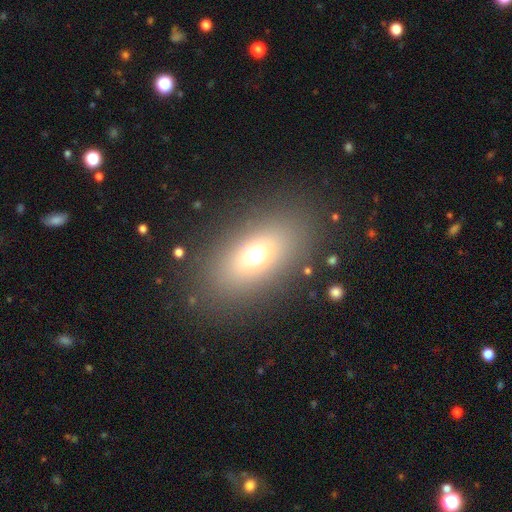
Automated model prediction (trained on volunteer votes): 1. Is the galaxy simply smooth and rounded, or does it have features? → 66% smooth, 17% featured or disk, 17% star or artifact.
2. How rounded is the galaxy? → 78% in between, 17% round, 5% cigar-shaped.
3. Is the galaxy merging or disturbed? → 84% none, 8% minor disturbance, 6% major disturbance, 2% merger.